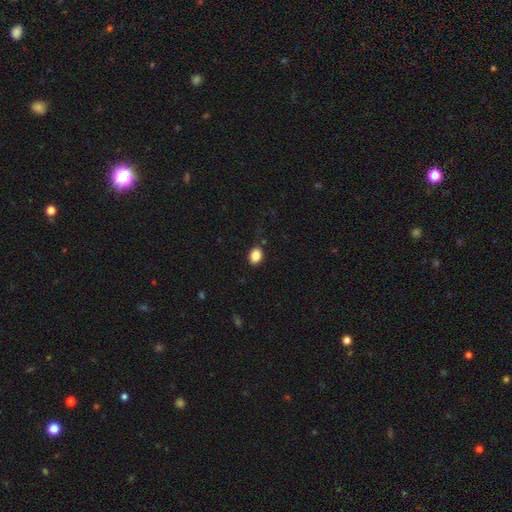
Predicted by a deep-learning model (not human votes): Smooth or featured?
  - smooth: 86% *
  - star or artifact: 9%
  - featured or disk: 4%
How rounded?
  - in between: 63% *
  - round: 36%
  - cigar-shaped: 1%
Merging?
  - none: 85% *
  - minor disturbance: 11%
  - major disturbance: 3%
  - merger: 2%